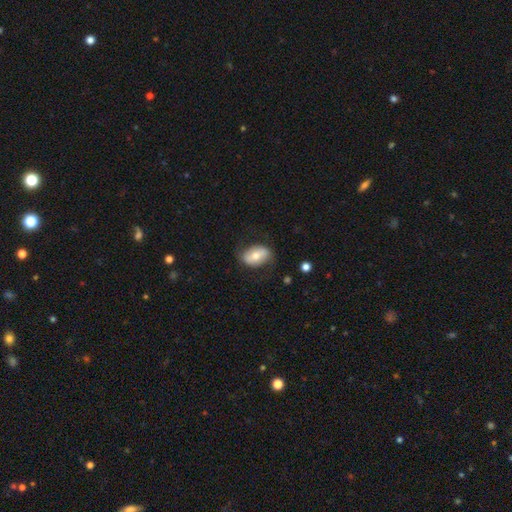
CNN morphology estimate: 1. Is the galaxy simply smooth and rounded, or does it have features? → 58% smooth, 35% featured or disk, 7% star or artifact.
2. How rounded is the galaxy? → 87% in between, 12% round, 2% cigar-shaped.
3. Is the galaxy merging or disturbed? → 72% none, 19% minor disturbance, 8% major disturbance, 1% merger.